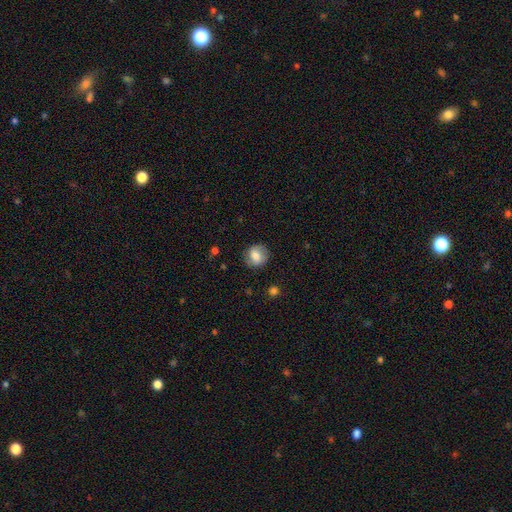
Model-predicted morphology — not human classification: A smooth galaxy with no disk features (76%) that is round (78%). Merging: none (83%).